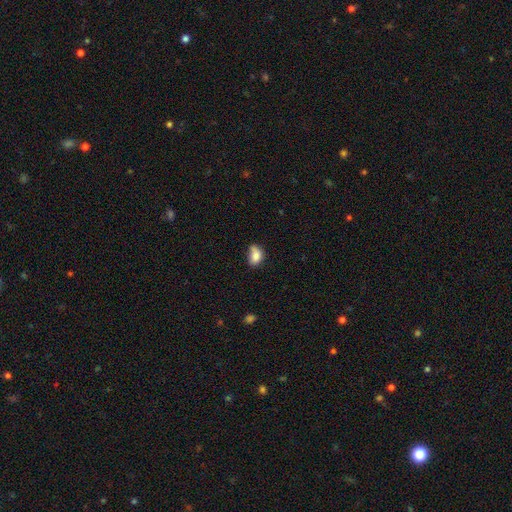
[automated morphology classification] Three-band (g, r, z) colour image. It shows a smooth galaxy with no disk features (81%) that is in between round and cigar-shaped (77%). Merging: none (39%, tied with minor disturbance).